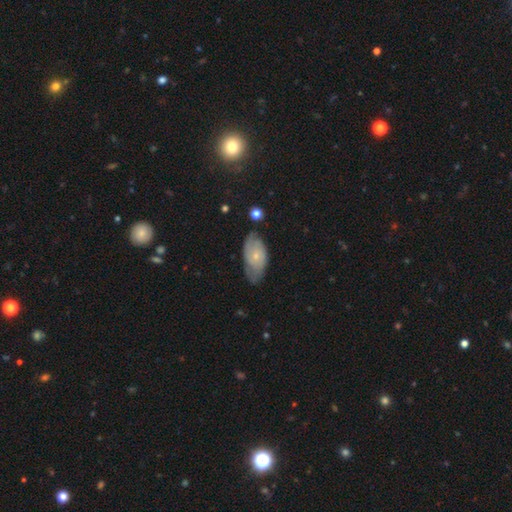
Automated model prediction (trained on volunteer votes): This is possibly a smooth galaxy (49%). Merging: possibly none (56%).